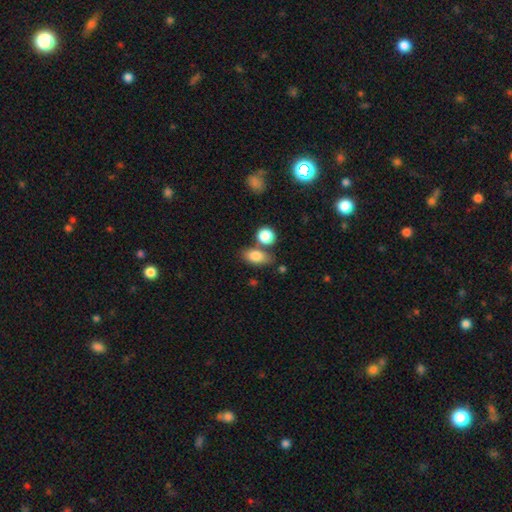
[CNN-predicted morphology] Smooth or featured?
  - smooth: 80% *
  - featured or disk: 11%
  - star or artifact: 8%
How rounded?
  - in between: 82% *
  - round: 13%
  - cigar-shaped: 5%
Merging?
  - none: 64% *
  - merger: 18%
  - minor disturbance: 13%
  - major disturbance: 4%